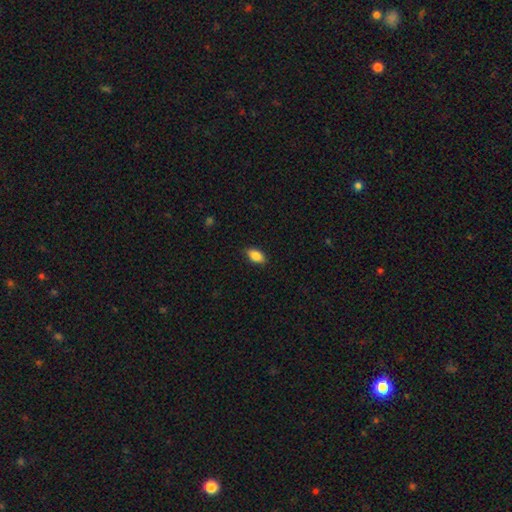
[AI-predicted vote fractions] The model was most divided on "merging": none: 86%, minor disturbance: 11%, major disturbance: 2%, merger: 1%. More confident: how rounded — in between (90%); smooth or featured — smooth (86%).